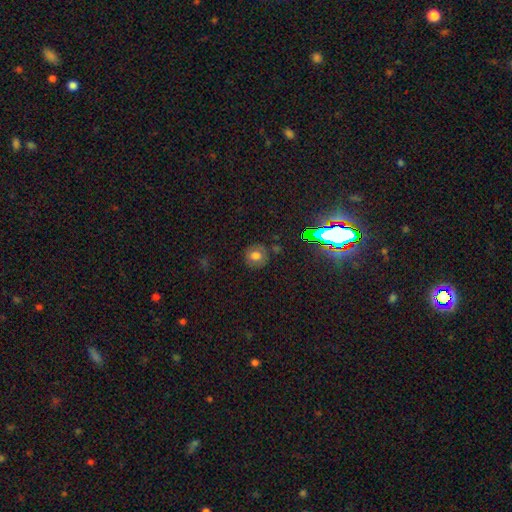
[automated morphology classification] Smooth or featured: smooth — 68% (star or artifact — 19%)
How rounded: round — 84% (in between — 15%)
Merging: none — 80% (minor disturbance — 13%)